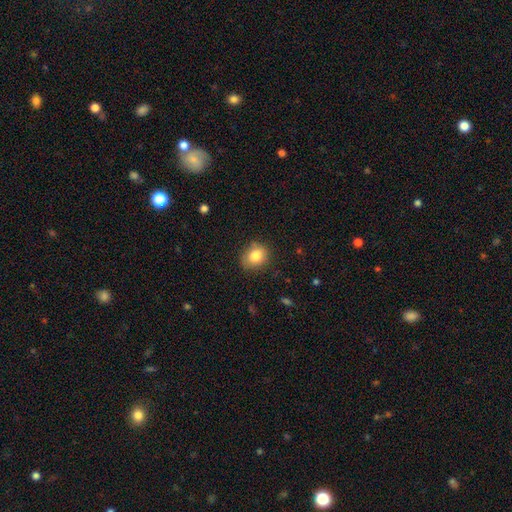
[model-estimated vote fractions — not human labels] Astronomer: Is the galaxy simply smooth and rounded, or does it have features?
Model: smooth — 83%.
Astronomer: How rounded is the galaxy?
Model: round — 61% (runner-up: in between, 39%).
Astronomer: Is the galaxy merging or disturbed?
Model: none — 81%.